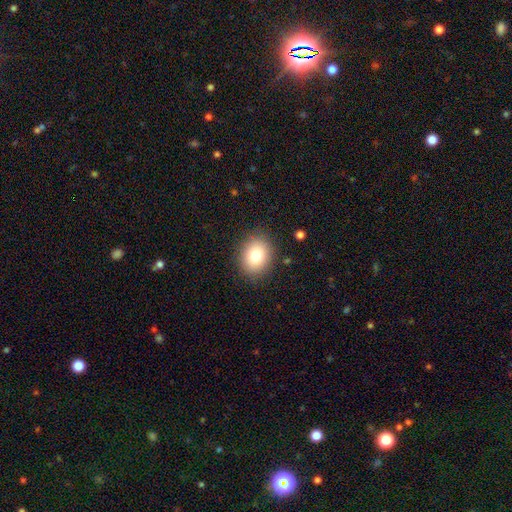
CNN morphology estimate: The model was most divided on "how rounded": round: 52%, in between: 47%, cigar-shaped: 1%. More confident: merging — none (87%); smooth or featured — smooth (79%).